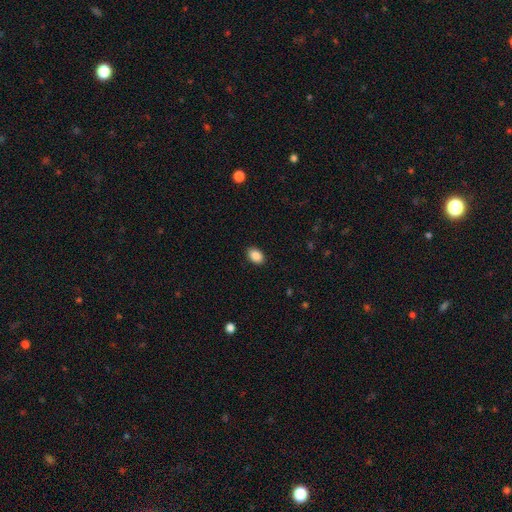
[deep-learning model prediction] Q: Smooth or featured?
A: smooth (89%); runner-up: star or artifact (8%)
Q: How rounded?
A: in between (80%); runner-up: round (19%)
Q: Merging?
A: none (89%); runner-up: minor disturbance (8%)